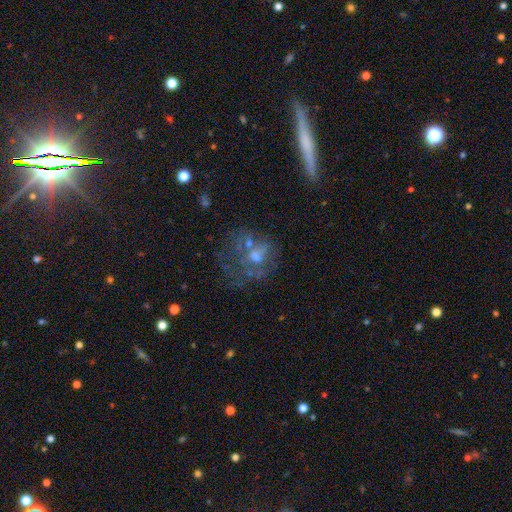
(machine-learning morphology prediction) Smooth or featured? Predicted: featured or disk (p=0.53). Edge-on disk? Predicted: no (p=0.97). Bar? Predicted: no (p=0.84). Spiral arms? Predicted: no (p=0.80). Bulge size? Predicted: moderate (p=0.44). Merging? Predicted: none (p=0.35).